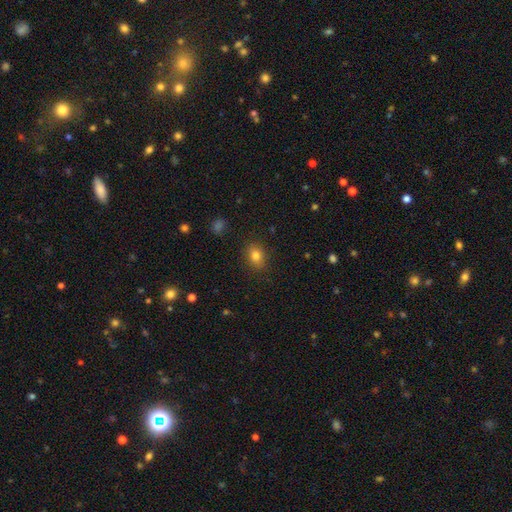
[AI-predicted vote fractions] smooth 82%, star or artifact 11%, featured or disk 7%. Down the decision tree: how rounded — in between (60%); merging — none (87%).